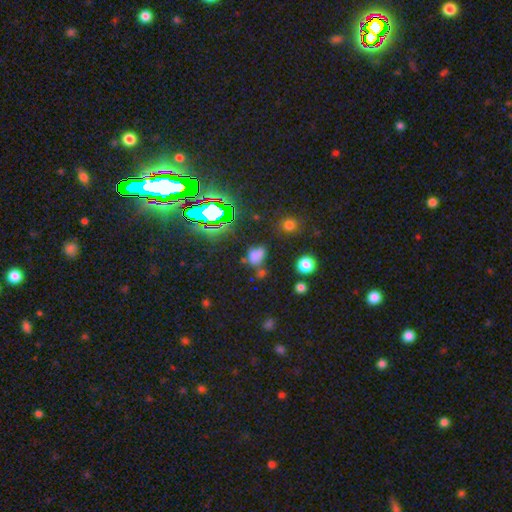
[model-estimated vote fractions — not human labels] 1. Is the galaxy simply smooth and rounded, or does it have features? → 54% smooth, 34% star or artifact, 12% featured or disk.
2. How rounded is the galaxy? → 68% in between, 29% round, 3% cigar-shaped.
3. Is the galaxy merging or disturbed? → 48% none, 22% minor disturbance, 17% merger, 13% major disturbance.